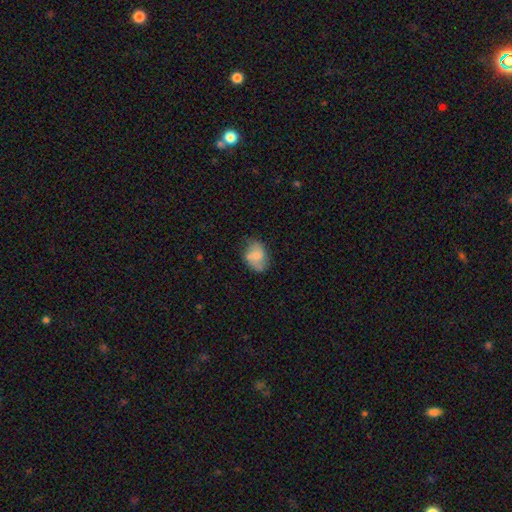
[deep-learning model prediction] A smooth galaxy with no disk features (57%) that is in between round and cigar-shaped (75%). Merging: none (55%).